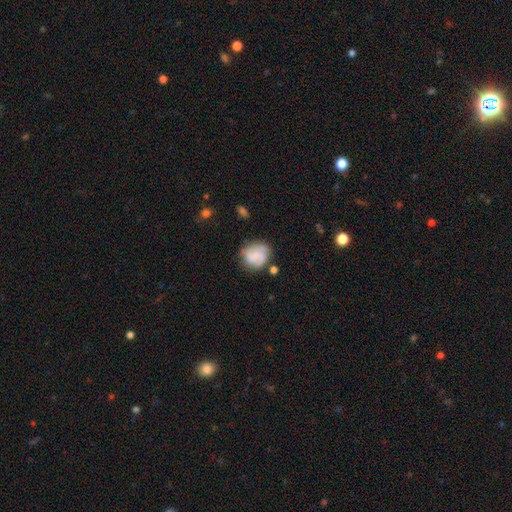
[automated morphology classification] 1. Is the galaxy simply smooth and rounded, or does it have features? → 62% smooth, 30% featured or disk, 9% star or artifact.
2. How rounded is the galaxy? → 67% round, 32% in between, 1% cigar-shaped.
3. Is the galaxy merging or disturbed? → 57% none, 25% minor disturbance, 11% major disturbance, 6% merger.